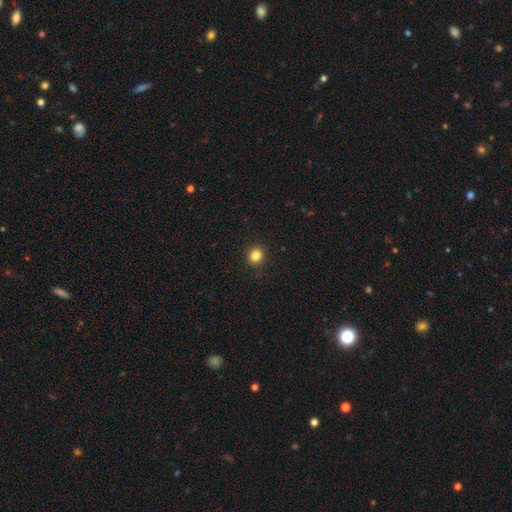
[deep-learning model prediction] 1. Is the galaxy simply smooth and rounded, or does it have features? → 84% smooth, 12% star or artifact, 4% featured or disk.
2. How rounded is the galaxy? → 83% round, 16% in between, 1% cigar-shaped.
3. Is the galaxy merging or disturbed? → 91% none, 6% minor disturbance, 2% major disturbance, 1% merger.